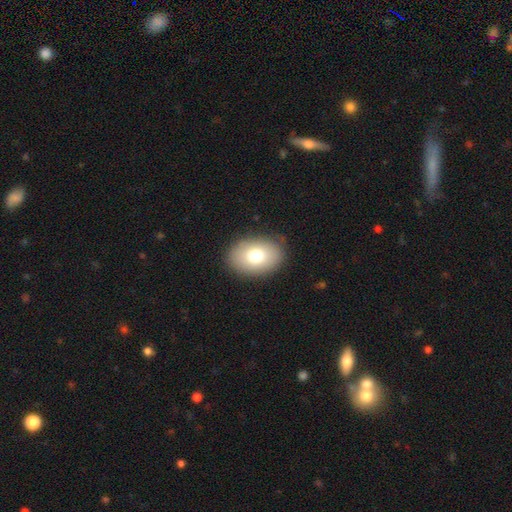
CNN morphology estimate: Smooth or featured?
  - smooth: 75% *
  - featured or disk: 16%
  - star or artifact: 9%
How rounded?
  - in between: 78% *
  - round: 21%
  - cigar-shaped: 1%
Merging?
  - none: 86% *
  - minor disturbance: 10%
  - major disturbance: 3%
  - merger: 1%